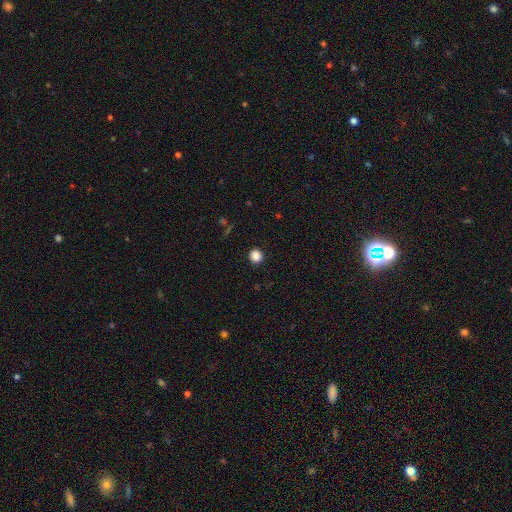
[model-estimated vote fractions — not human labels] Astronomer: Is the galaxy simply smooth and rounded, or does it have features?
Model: smooth — 86%.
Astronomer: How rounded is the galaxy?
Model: round — 92%.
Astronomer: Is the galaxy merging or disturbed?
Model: none — 92%.